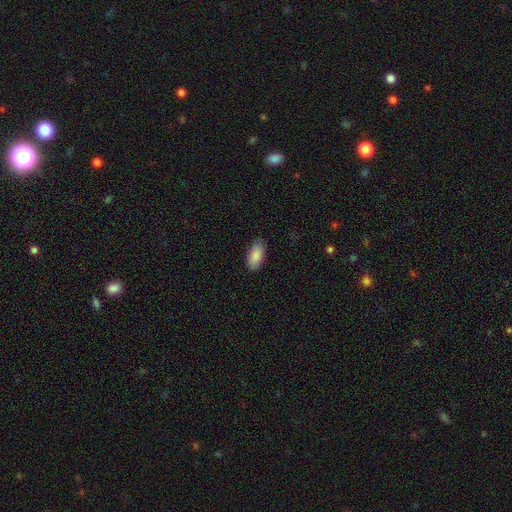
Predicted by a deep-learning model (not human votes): Morphology: type=smooth (89%); roundness=in between (93%); merging=none (86%).